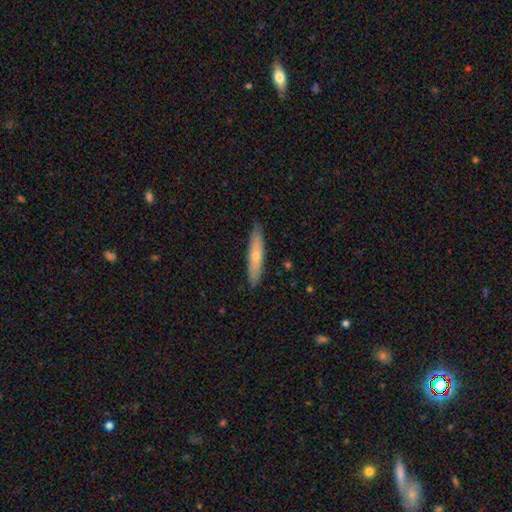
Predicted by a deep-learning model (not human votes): This is possibly a smooth galaxy (50%). Merging: clearly none (89%).